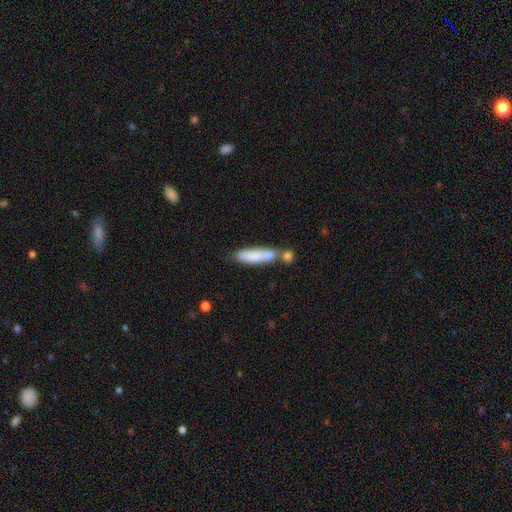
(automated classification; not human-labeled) This is likely a smooth galaxy (74%). How rounded: likely cigar-shaped (77%). Merging: marginally none (42%).